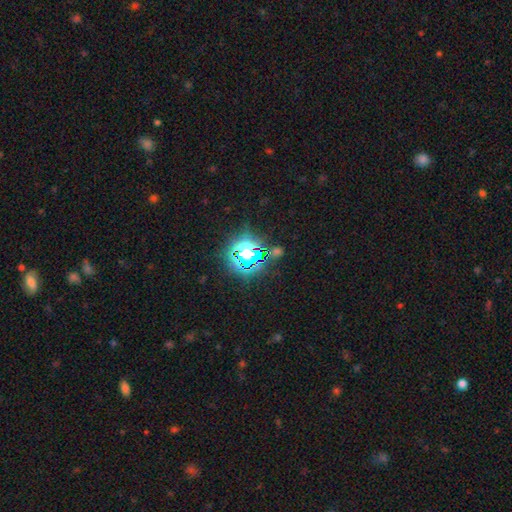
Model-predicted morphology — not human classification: Q: Smooth or featured?
A: star or artifact (79%); runner-up: smooth (14%)